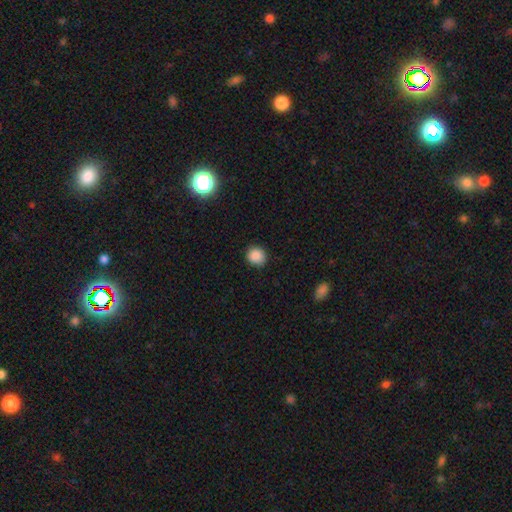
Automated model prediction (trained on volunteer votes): smooth-or-featured: smooth: 87% | star or artifact: 10% | featured or disk: 3%
  how-rounded: round: 85% | in between: 14% | cigar-shaped: 1%
  merging: none: 83% | minor disturbance: 13% | major disturbance: 3% | merger: 1%